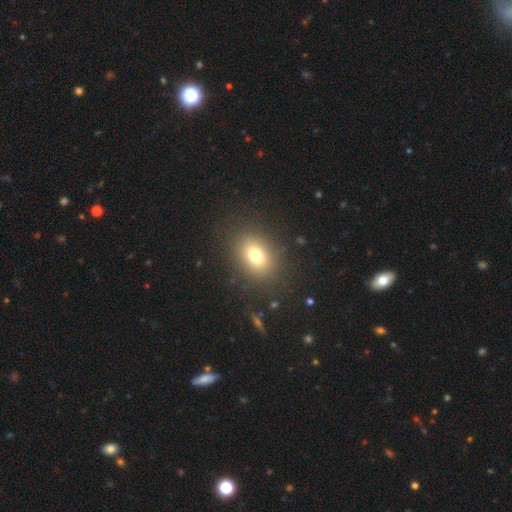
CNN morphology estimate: smooth-or-featured: smooth: 74% | star or artifact: 13% | featured or disk: 12%
  how-rounded: in between: 62% | round: 36% | cigar-shaped: 1%
  merging: none: 84% | minor disturbance: 9% | major disturbance: 5% | merger: 1%